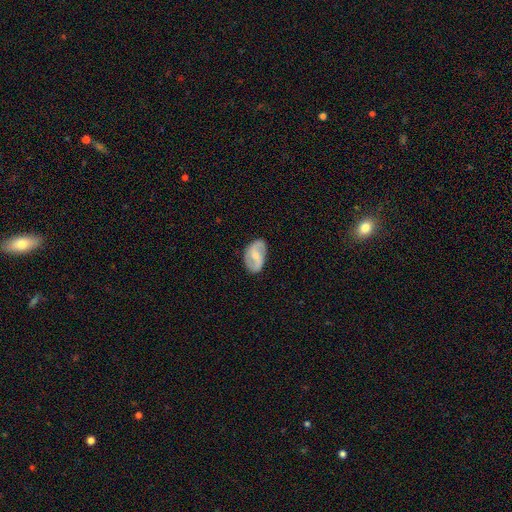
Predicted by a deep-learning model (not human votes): Overall: featured or disk (64%; smooth 30%). Edge-on disk: no (96%). Bar: weak (50%; strong 27%). Spiral arms: yes (85%). Spiral arm count: 2 (86%). Spiral winding: loose (41%; medium 40%). Bulge size: small (49%; moderate 36%). Merging: none (79%).